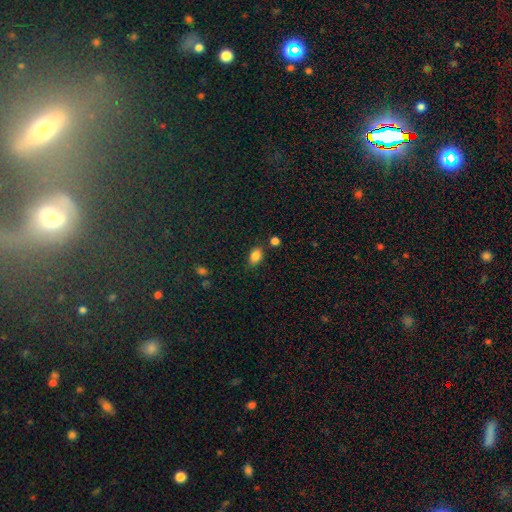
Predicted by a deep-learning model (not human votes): This is clearly a smooth galaxy (85%). How rounded: likely in between (76%). Merging: likely none (75%).